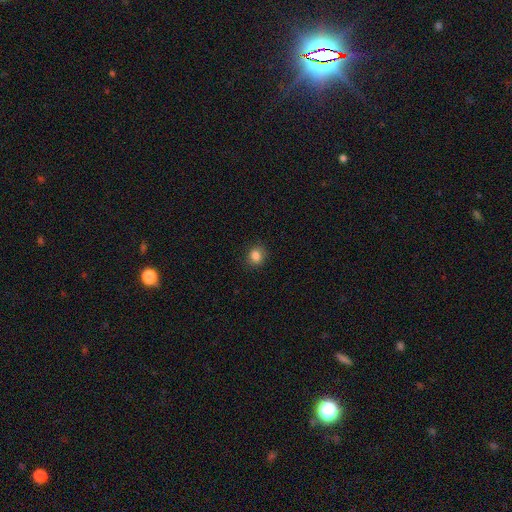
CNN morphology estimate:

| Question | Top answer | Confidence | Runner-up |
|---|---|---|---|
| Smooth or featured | smooth | 84% | star or artifact (11%) |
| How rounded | round | 66% | in between (33%) |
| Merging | none | 83% | minor disturbance (12%) |